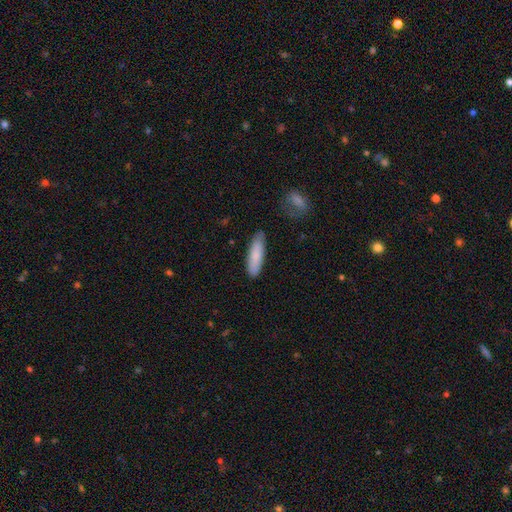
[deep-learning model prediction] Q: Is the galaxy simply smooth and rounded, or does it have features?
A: smooth — 83%.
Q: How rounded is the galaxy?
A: cigar-shaped — 63%.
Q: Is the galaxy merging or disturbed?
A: none — 83%.